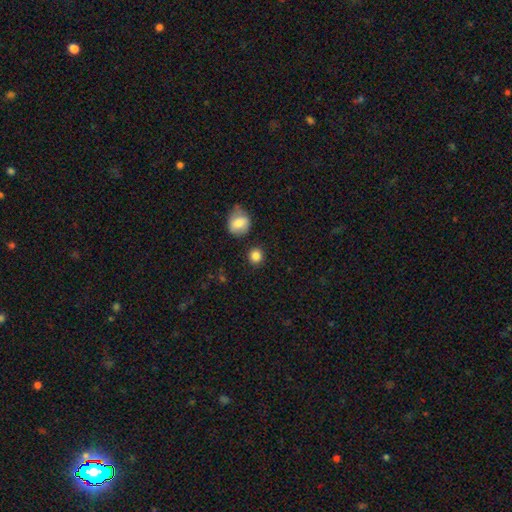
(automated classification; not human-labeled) Morphology: type=smooth (85%); roundness=round (86%); merging=none (84%).